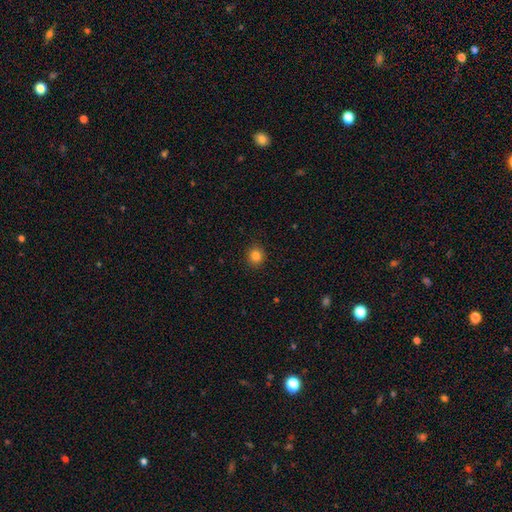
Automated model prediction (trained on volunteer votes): The model was most divided on "how rounded": round: 84%, in between: 15%, cigar-shaped: 1%. More confident: merging — none (90%); smooth or featured — smooth (84%).